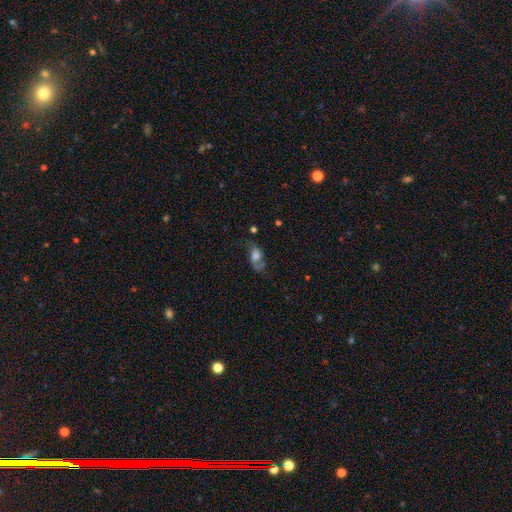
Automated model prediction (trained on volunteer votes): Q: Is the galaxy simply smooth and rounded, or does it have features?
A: smooth — 53%.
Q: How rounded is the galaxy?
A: in between — 86%.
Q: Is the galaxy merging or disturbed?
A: none — 41%.